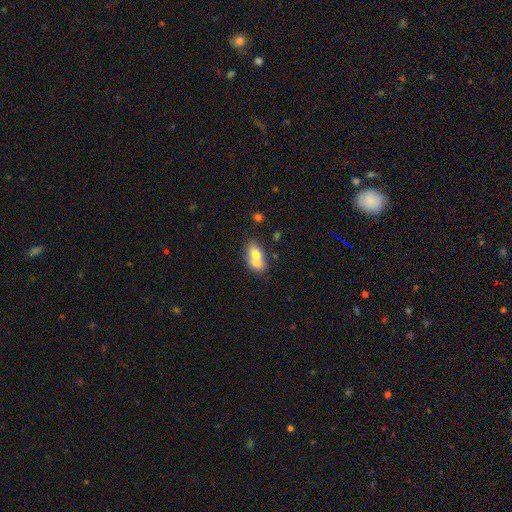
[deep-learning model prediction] Smooth or featured: smooth — 68% (featured or disk — 24%)
How rounded: in between — 83% (round — 12%)
Merging: merger — 44% (none — 39%)